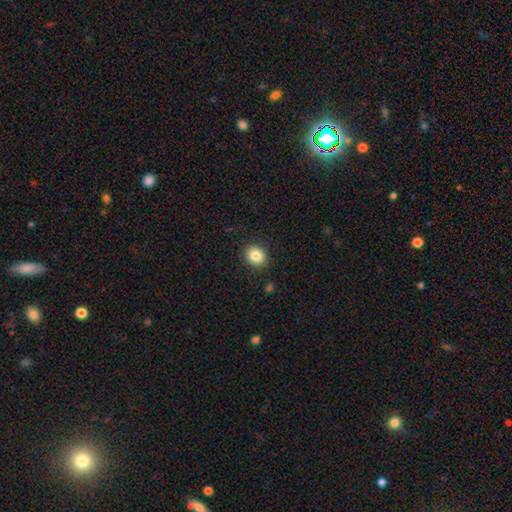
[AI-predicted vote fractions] The model was most divided on "how rounded": round: 57%, in between: 42%, cigar-shaped: 1%. More confident: merging — none (89%); smooth or featured — smooth (84%).